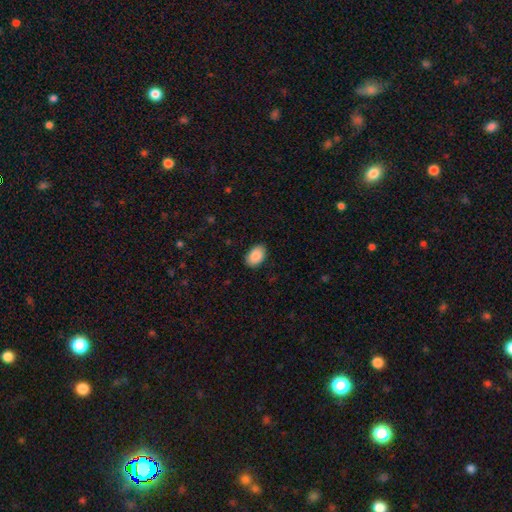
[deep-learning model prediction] Q: Smooth or featured?
A: smooth (89%); runner-up: star or artifact (7%)
Q: How rounded?
A: in between (88%); runner-up: round (11%)
Q: Merging?
A: none (88%); runner-up: minor disturbance (9%)